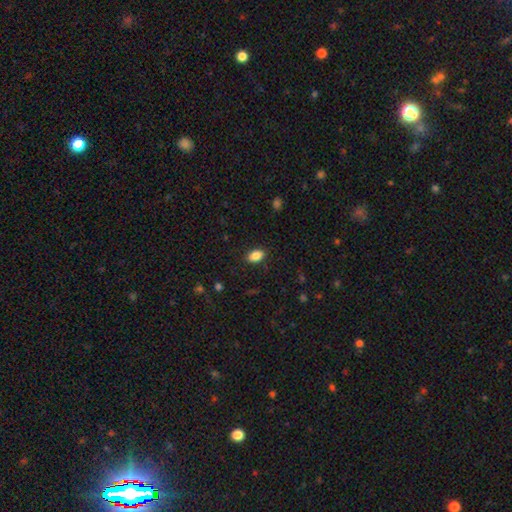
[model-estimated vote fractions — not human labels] Smooth or featured? Predicted: smooth (p=0.86). How rounded? Predicted: in between (p=0.90). Merging? Predicted: none (p=0.87).